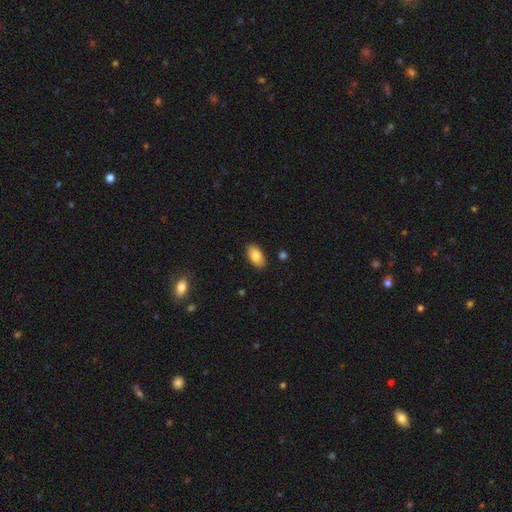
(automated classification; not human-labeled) Smooth or featured? smooth (84%)
How rounded? in between (94%)
Merging? none (87%)